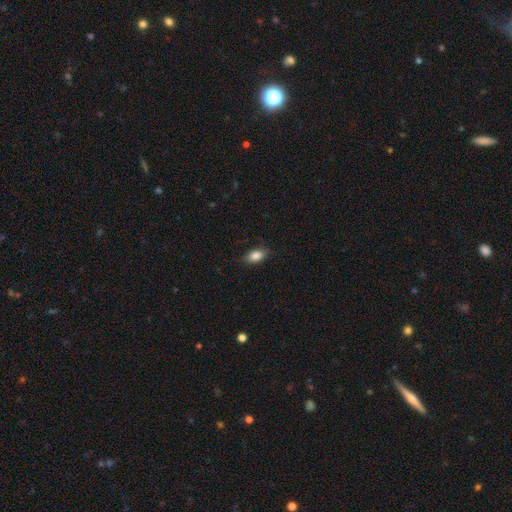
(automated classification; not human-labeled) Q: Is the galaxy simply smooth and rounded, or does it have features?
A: smooth — 85%.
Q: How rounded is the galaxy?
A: in between — 90%.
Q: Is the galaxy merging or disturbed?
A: none — 85%.